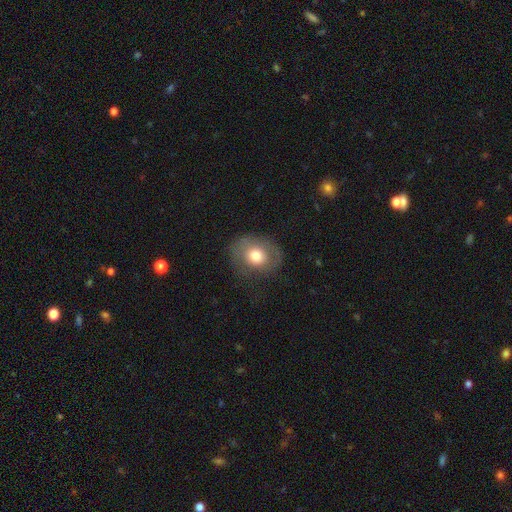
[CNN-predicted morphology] This appears to be a smooth galaxy with no disk features (66%) that is round (53%). Merging: none (69%).